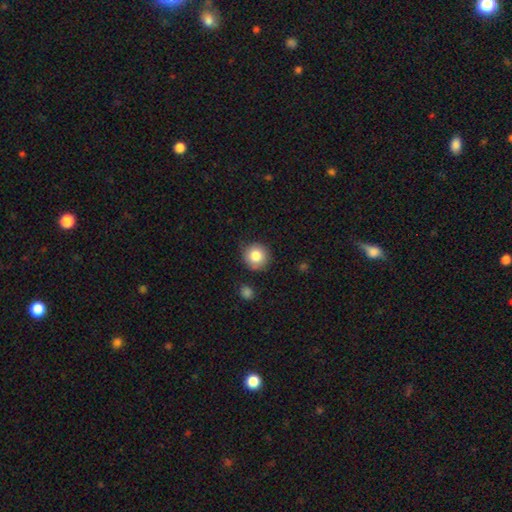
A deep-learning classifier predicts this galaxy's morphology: Overall: smooth (83%). How rounded: round (94%). Merging: none (83%).